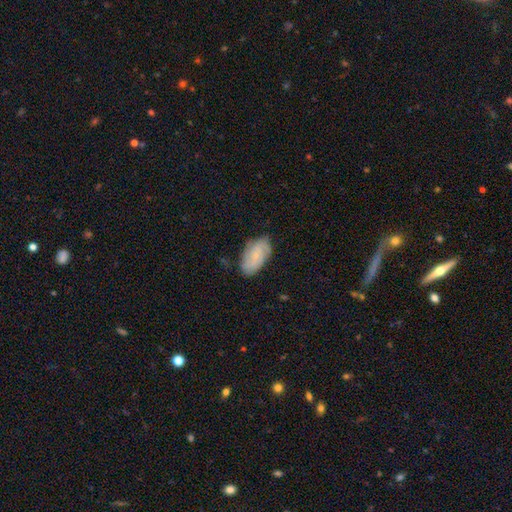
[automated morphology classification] Overall: featured or disk (50%; smooth 43%). Merging: none (75%).